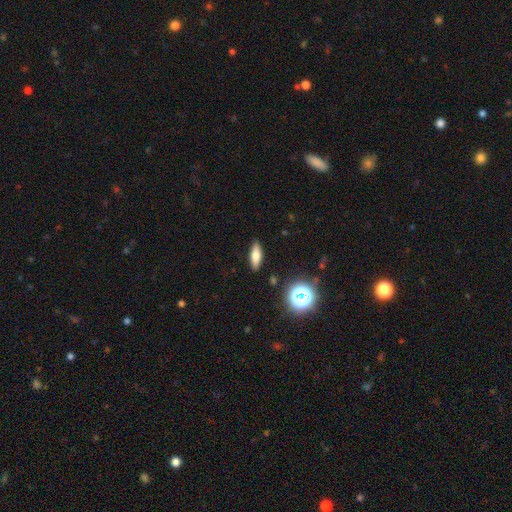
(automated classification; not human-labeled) A smooth galaxy with no disk features (67%) that is in between round and cigar-shaped (54%).

Vote fractions:
- Smooth or featured? smooth: 67% / featured or disk: 22% / star or artifact: 11%
- How rounded? in between: 54% / cigar-shaped: 41% / round: 5%
- Merging? none: 88% / minor disturbance: 9% / major disturbance: 2% / merger: 1%